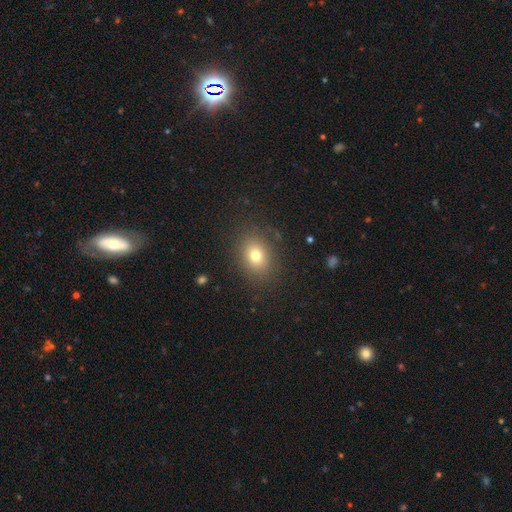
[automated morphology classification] Smooth or featured: smooth — 76% (star or artifact — 13%)
How rounded: in between — 50% (round — 49%)
Merging: none — 86% (minor disturbance — 9%)